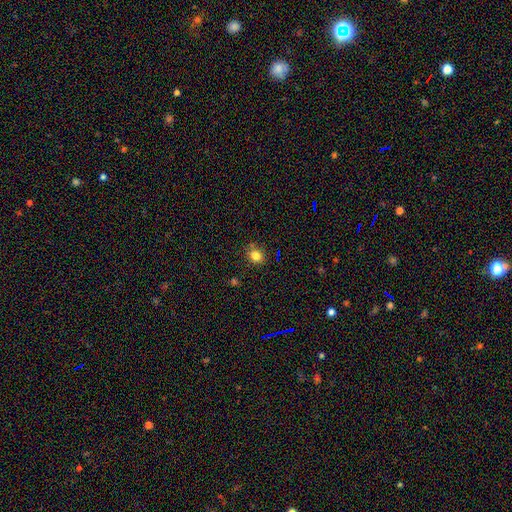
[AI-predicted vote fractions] Overall: smooth (81%). How rounded: round (72%). Merging: none (83%).